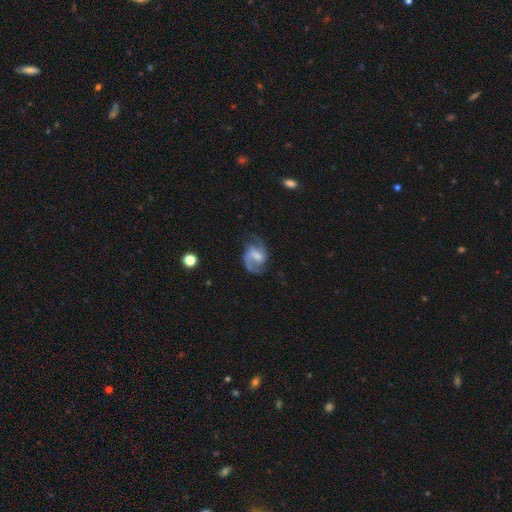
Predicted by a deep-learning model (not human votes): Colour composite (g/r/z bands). It shows a featured or disk galaxy (85%) with a weak bar (53%), 2 (82%) medium (55%) spiral arms (96%) and a moderate central bulge (33%). Merging: none (67%).